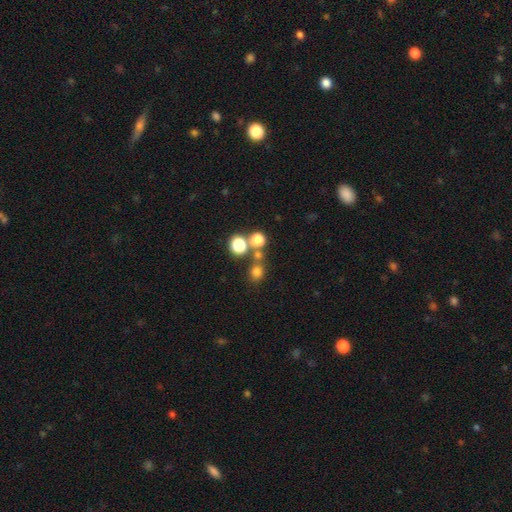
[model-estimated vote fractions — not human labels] This appears to be a star or artifact, not a galaxy (44%).